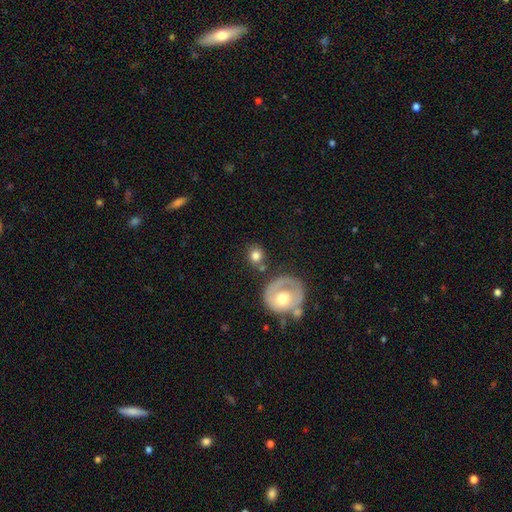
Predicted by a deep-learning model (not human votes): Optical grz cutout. It shows a smooth galaxy with no disk features (73%) that is round (85%). Merging: none (69%).